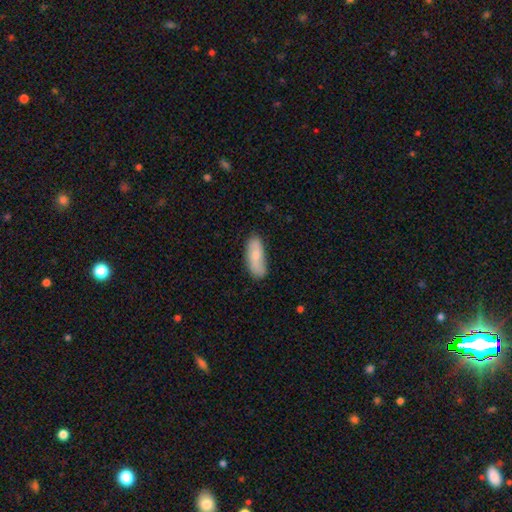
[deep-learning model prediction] The model was most divided on "how rounded": in between: 71%, cigar-shaped: 27%, round: 2%. More confident: merging — none (75%); smooth or featured — smooth (72%).